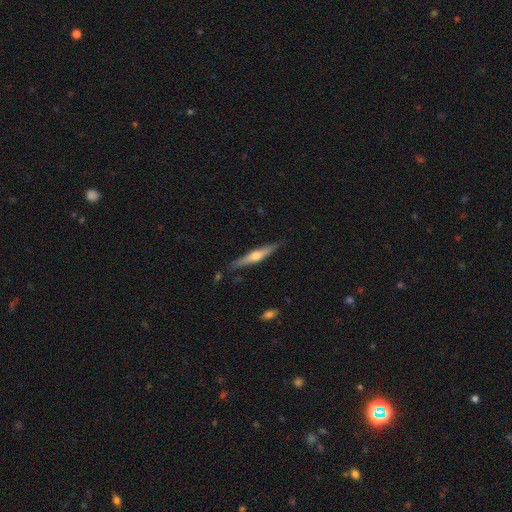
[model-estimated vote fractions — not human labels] smooth-or-featured: featured or disk: 63% | smooth: 31% | star or artifact: 5%
  disk-edge-on: yes: 97% | no: 3%
    edge-on-bulge: rounded: 89% | none: 6% | boxy: 5%
  merging: none: 85% | minor disturbance: 11% | major disturbance: 2% | merger: 2%